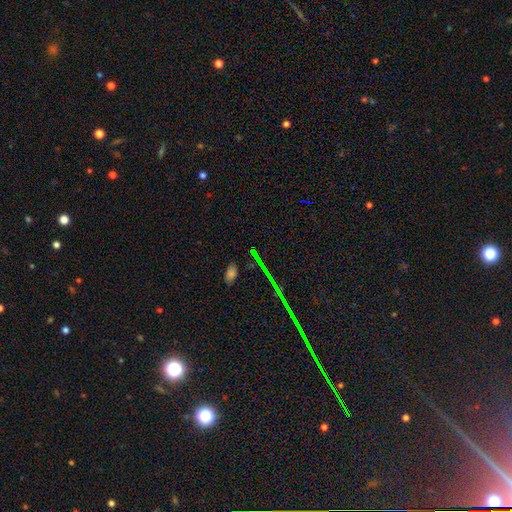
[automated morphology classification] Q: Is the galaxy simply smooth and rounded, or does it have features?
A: star or artifact — 54%.